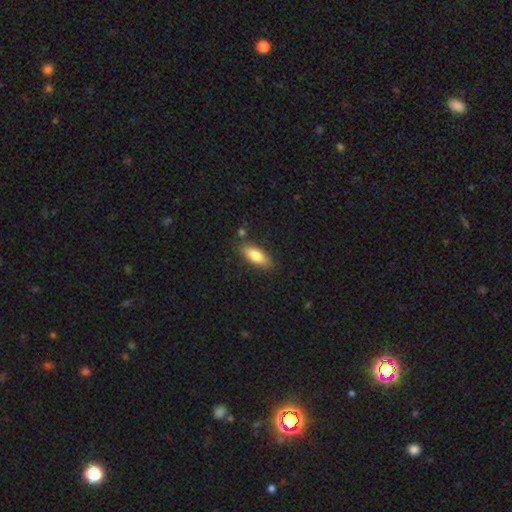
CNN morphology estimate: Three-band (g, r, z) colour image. It shows a smooth galaxy with no disk features (77%) that is in between round and cigar-shaped (70%). Merging: none (82%).